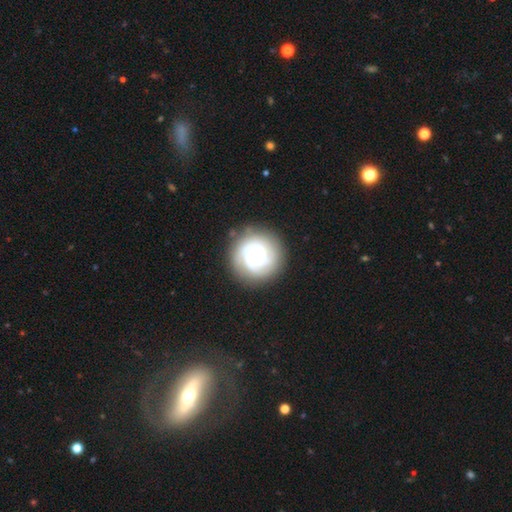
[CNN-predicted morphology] This appears to be a featured or disk galaxy (81%) with a weak bar (46%), 2 (49%) tight (60%) spiral arms (96%) and a moderate central bulge (64%). Merging: none (84%).